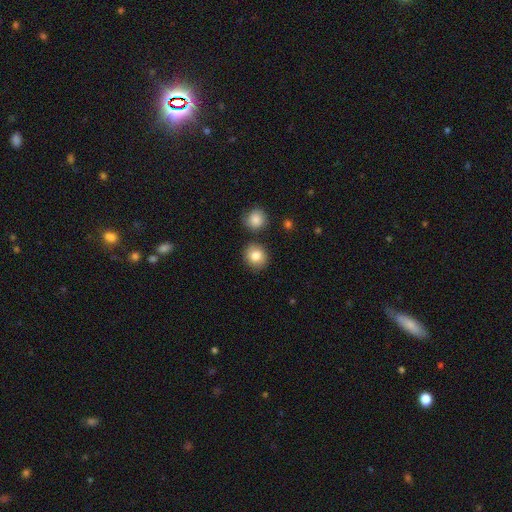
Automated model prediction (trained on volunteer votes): Morphology: type=smooth (84%); roundness=round (85%); merging=none (81%).